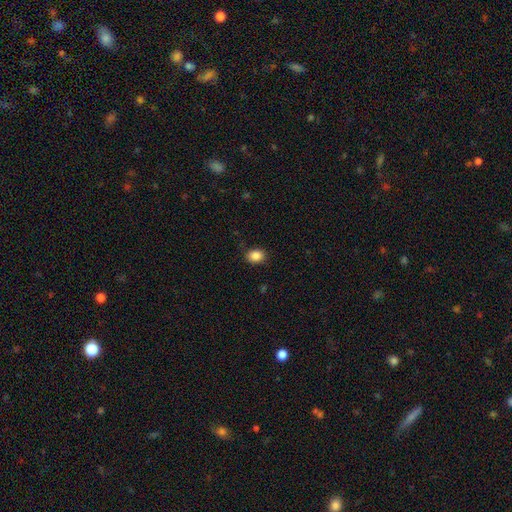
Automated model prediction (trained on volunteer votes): smooth 87%, star or artifact 9%, featured or disk 4%. Down the decision tree: how rounded — in between (56%); merging — none (86%).